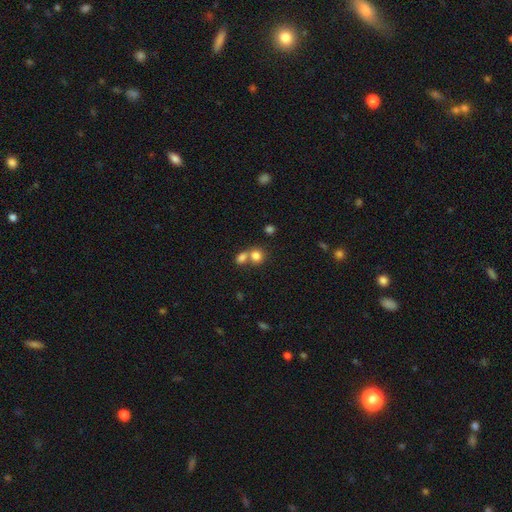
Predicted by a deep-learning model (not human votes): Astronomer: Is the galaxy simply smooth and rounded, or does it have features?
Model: smooth — 80%.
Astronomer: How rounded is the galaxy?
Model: round — 71%.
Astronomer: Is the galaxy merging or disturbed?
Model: merger — 50% (runner-up: none, 39%).